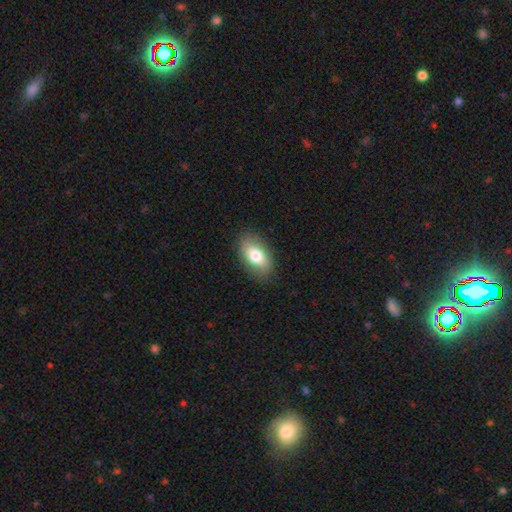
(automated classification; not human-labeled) Smooth or featured?
  - smooth: 75% *
  - featured or disk: 18%
  - star or artifact: 7%
How rounded?
  - in between: 91% *
  - round: 6%
  - cigar-shaped: 3%
Merging?
  - none: 86% *
  - minor disturbance: 10%
  - major disturbance: 3%
  - merger: 1%